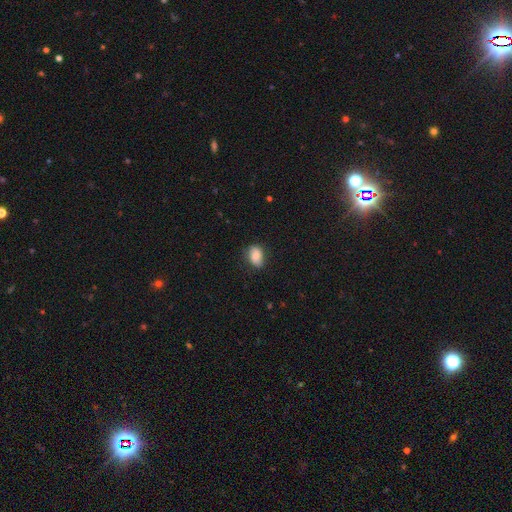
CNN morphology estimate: This appears to be a smooth galaxy with no disk features (73%) that is in between round and cigar-shaped (82%). Merging: none (69%).